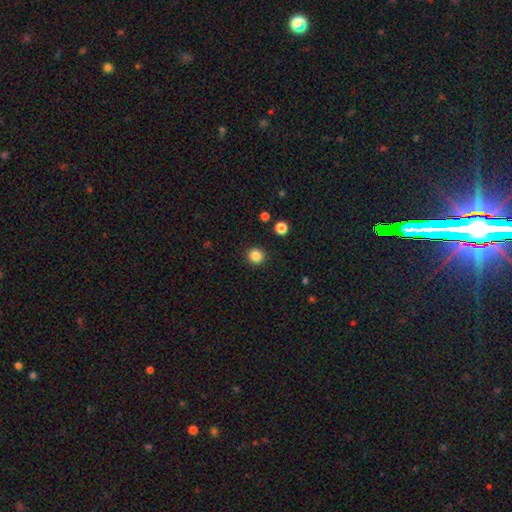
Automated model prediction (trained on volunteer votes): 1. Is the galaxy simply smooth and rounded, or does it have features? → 85% smooth, 11% star or artifact, 4% featured or disk.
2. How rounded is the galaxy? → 93% round, 6% in between, 1% cigar-shaped.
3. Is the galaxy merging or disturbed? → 92% none, 5% minor disturbance, 2% major disturbance, 1% merger.